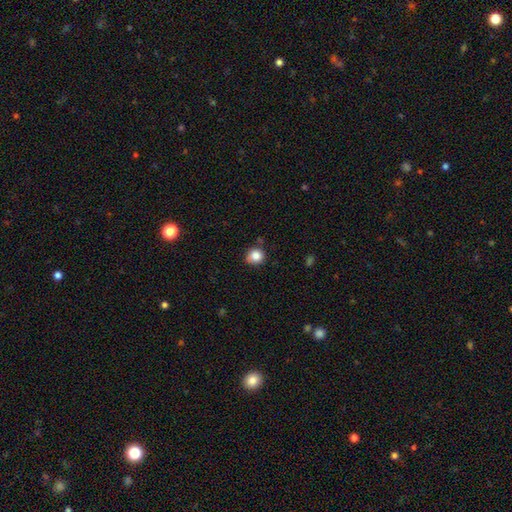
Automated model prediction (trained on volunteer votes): This appears to be a smooth galaxy with no disk features (85%) that is round (87%). Merging: none (78%).